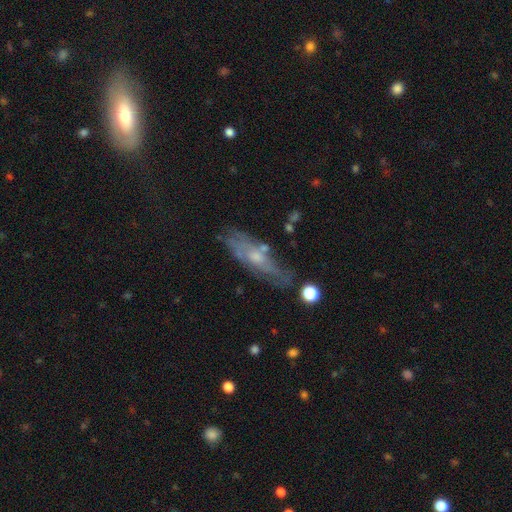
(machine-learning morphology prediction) Smooth or featured?
  - featured or disk: 59% *
  - smooth: 33%
  - star or artifact: 9%
Edge-on disk?
  - no: 67% *
  - yes: 33%
Merging?
  - none: 59% *
  - minor disturbance: 24%
  - major disturbance: 11%
  - merger: 5%